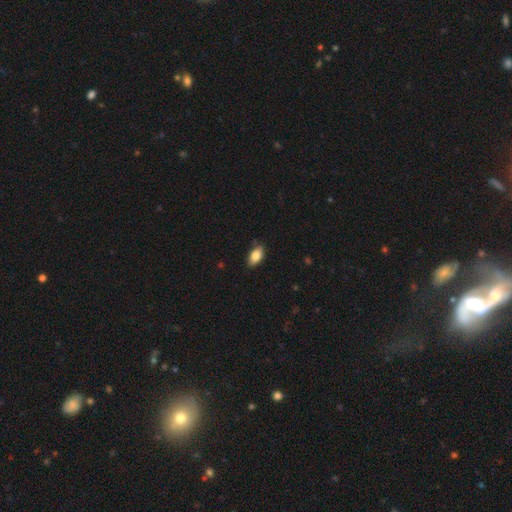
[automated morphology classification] smooth 84%, featured or disk 9%, star or artifact 7%. Down the decision tree: how rounded — in between (92%); merging — none (82%).